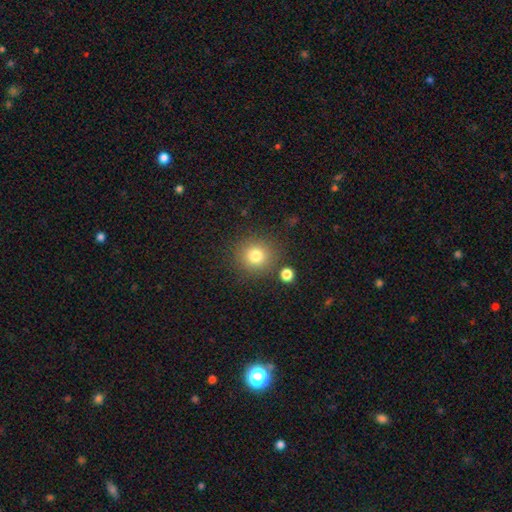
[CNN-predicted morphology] smooth 79%, star or artifact 12%, featured or disk 8%. Down the decision tree: how rounded — round (91%); merging — none (83%).